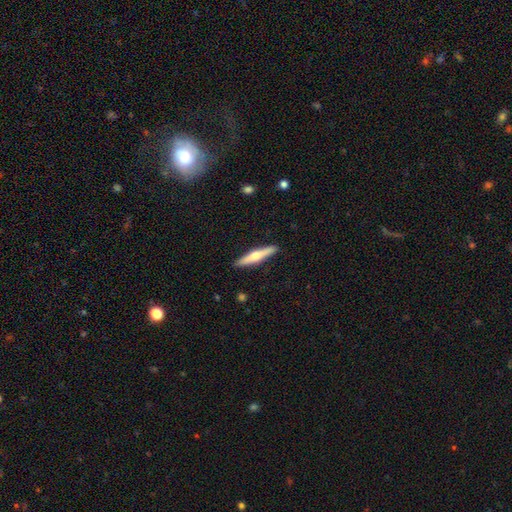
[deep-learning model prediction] Smooth or featured?
  - featured or disk: 50% *
  - smooth: 44%
  - star or artifact: 5%
Edge-on disk?
  - yes: 96% *
  - no: 4%
Merging?
  - none: 91% *
  - minor disturbance: 7%
  - major disturbance: 1%
  - merger: 1%